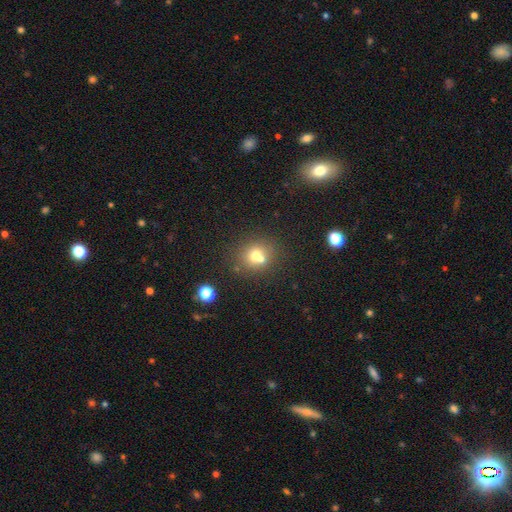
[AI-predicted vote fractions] A smooth galaxy with no disk features (67%) that is round (80%). Merging: none (53%).